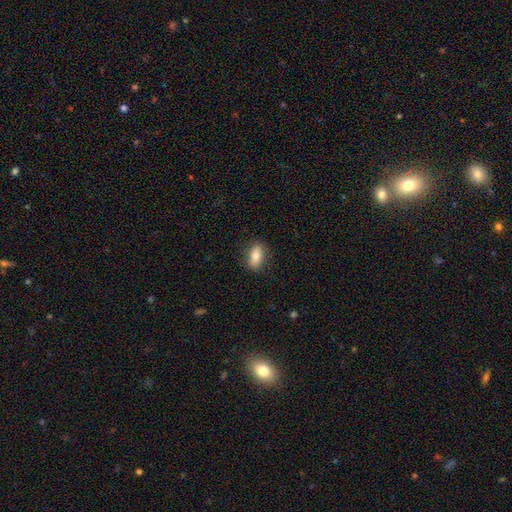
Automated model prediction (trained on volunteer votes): smooth_or_featured: smooth (p=0.77) [alt: featured or disk p=0.16]
how_rounded: in between (p=0.82) [alt: cigar-shaped p=0.11]
merging: none (p=0.85) [alt: minor disturbance p=0.12]